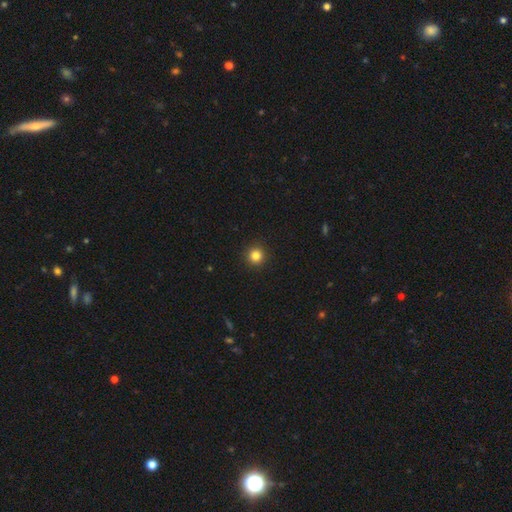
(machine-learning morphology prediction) smooth_or_featured: smooth (p=0.83) [alt: star or artifact p=0.12]
how_rounded: round (p=0.95) [alt: in between p=0.04]
merging: none (p=0.93) [alt: minor disturbance p=0.04]